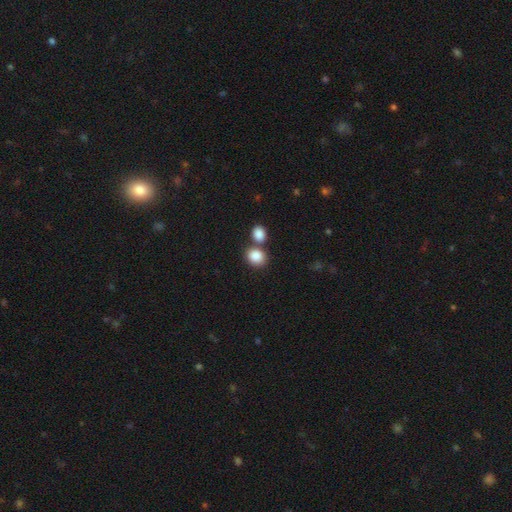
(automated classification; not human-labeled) This is clearly a smooth galaxy (86%). How rounded: possibly round (58%). Merging: possibly none (51%).